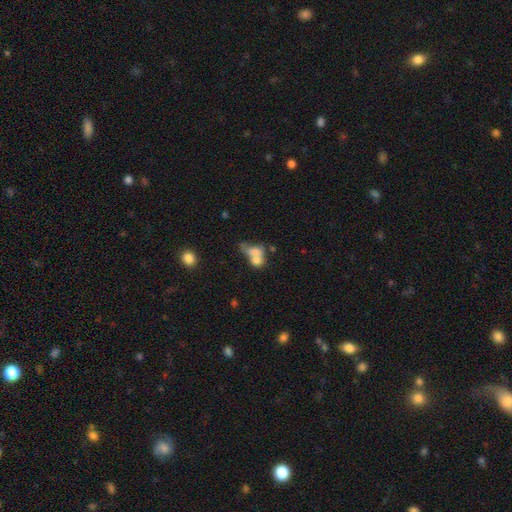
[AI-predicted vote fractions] Smooth or featured? smooth (65%)
How rounded? in between (62%)
Merging? merger (64%)